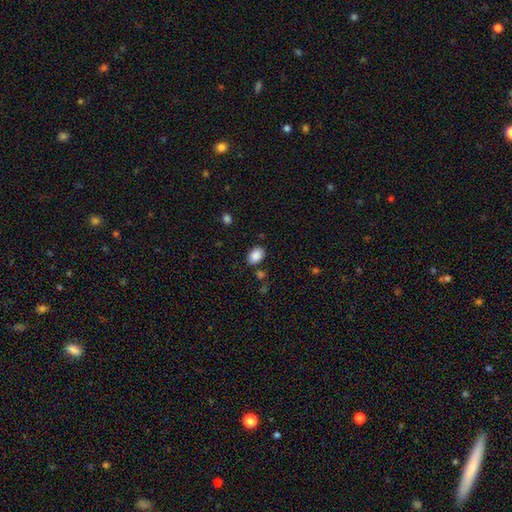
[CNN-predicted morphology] smooth_or_featured: smooth (p=0.88) [alt: star or artifact p=0.08]
how_rounded: in between (p=0.84) [alt: round p=0.15]
merging: none (p=0.82) [alt: minor disturbance p=0.12]